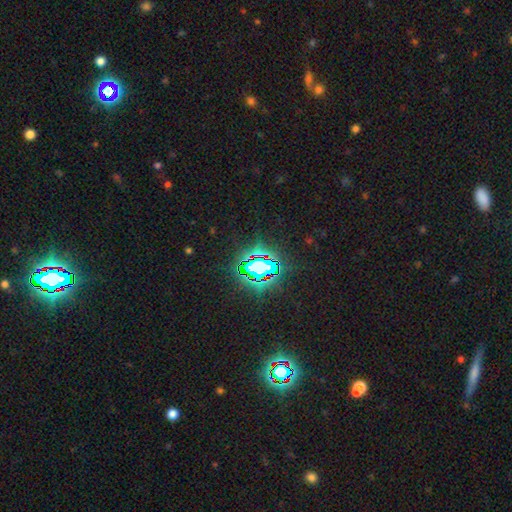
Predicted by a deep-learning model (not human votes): Smooth or featured? Predicted: star or artifact (p=0.82).